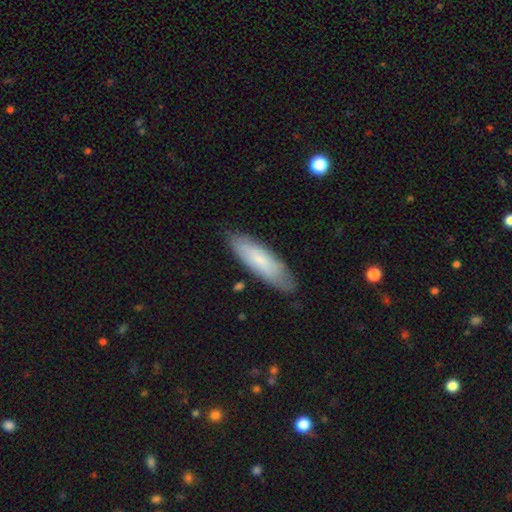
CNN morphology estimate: smooth_or_featured: smooth (p=0.65) [alt: featured or disk p=0.26]
how_rounded: cigar-shaped (p=0.63) [alt: in between p=0.35]
merging: none (p=0.85) [alt: minor disturbance p=0.12]